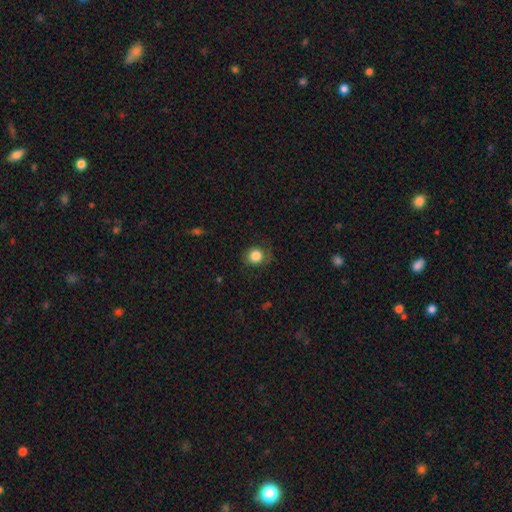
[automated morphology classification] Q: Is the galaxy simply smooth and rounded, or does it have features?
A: smooth — 83%.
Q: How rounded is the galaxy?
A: round — 81%.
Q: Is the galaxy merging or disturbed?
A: none — 73%.